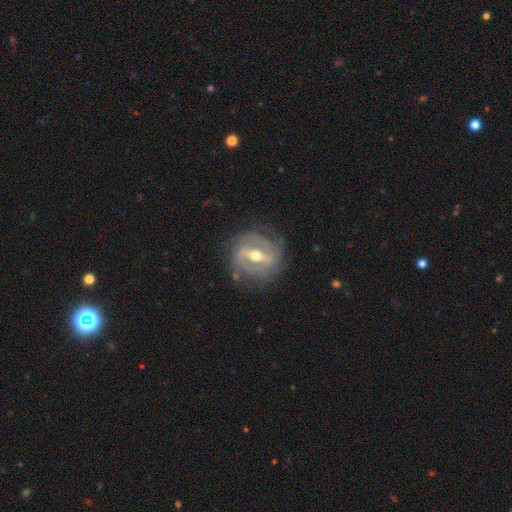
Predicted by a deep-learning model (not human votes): featured or disk 84%, smooth 11%, star or artifact 5%. Down the decision tree: edge-on disk — no (92%); bar — strong (63%); spiral arms — yes (79%); spiral arm count — 2 (56%); spiral winding — tight (53%); bulge size — moderate (76%); merging — none (76%).